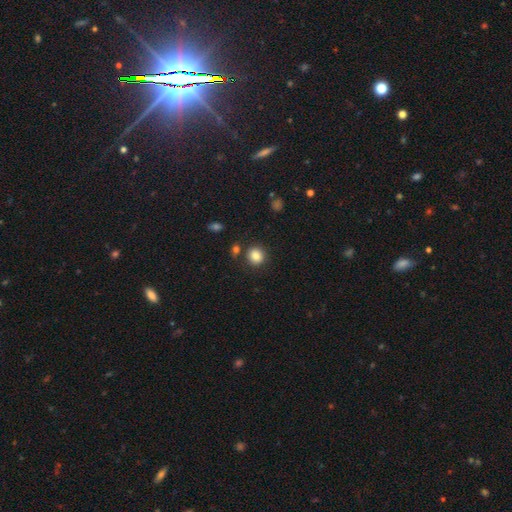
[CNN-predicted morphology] Q: Smooth or featured?
A: smooth (85%); runner-up: star or artifact (10%)
Q: How rounded?
A: round (82%); runner-up: in between (17%)
Q: Merging?
A: none (82%); runner-up: minor disturbance (9%)